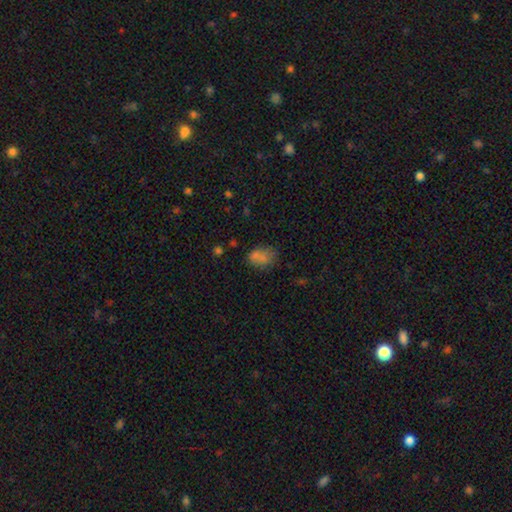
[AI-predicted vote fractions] Smooth or featured? Predicted: smooth (p=0.68). How rounded? Predicted: in between (p=0.73). Merging? Predicted: none (p=0.56).